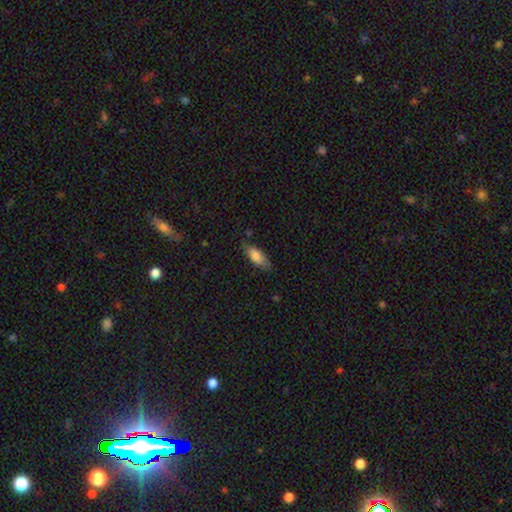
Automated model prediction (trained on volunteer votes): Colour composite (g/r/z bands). It shows a smooth galaxy with no disk features (77%) that is in between round and cigar-shaped (76%). Merging: none (72%).